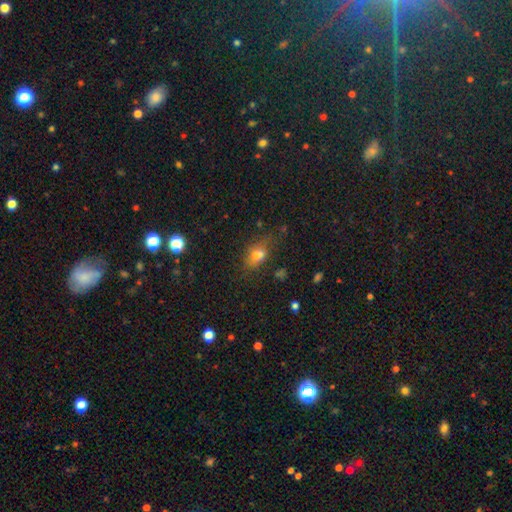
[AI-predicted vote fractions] smooth-or-featured: smooth: 70% | star or artifact: 18% | featured or disk: 12%
  how-rounded: in between: 72% | round: 22% | cigar-shaped: 6%
  merging: none: 59% | minor disturbance: 22% | major disturbance: 10% | merger: 10%